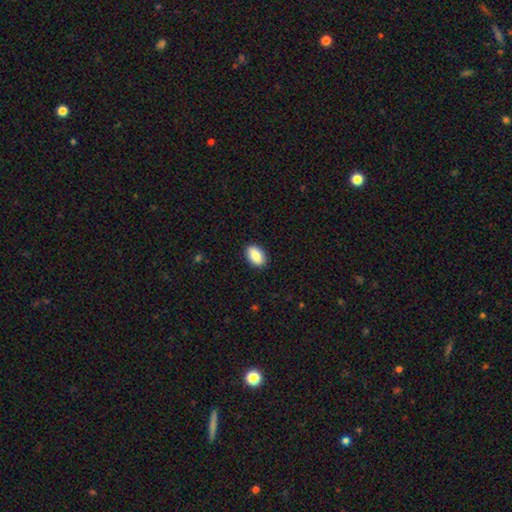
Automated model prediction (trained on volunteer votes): Morphology: type=smooth (87%); roundness=in between (89%); merging=none (90%).